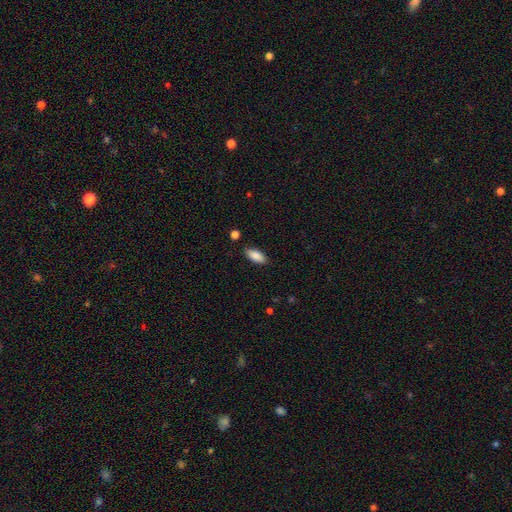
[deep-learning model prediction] Smooth or featured? Predicted: smooth (p=0.87). How rounded? Predicted: in between (p=0.85). Merging? Predicted: none (p=0.85).